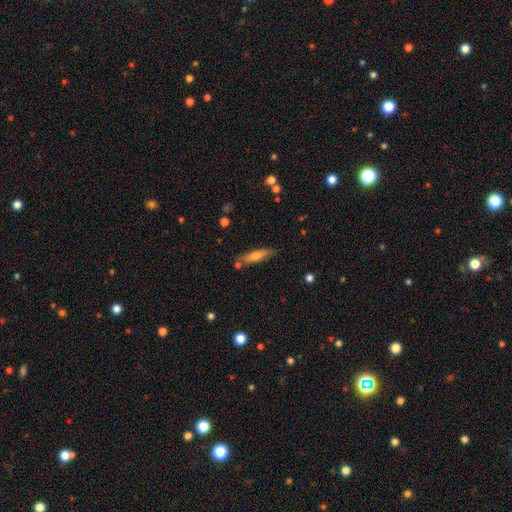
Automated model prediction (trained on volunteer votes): Morphology: type=smooth (55%); roundness=cigar-shaped (72%); merging=none (77%).